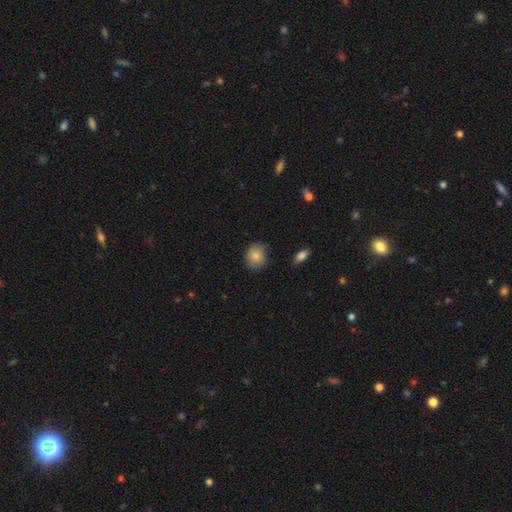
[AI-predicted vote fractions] Smooth or featured?
  - smooth: 82% *
  - featured or disk: 9%
  - star or artifact: 8%
How rounded?
  - round: 71% *
  - in between: 28%
  - cigar-shaped: 1%
Merging?
  - none: 79% *
  - minor disturbance: 16%
  - major disturbance: 3%
  - merger: 2%